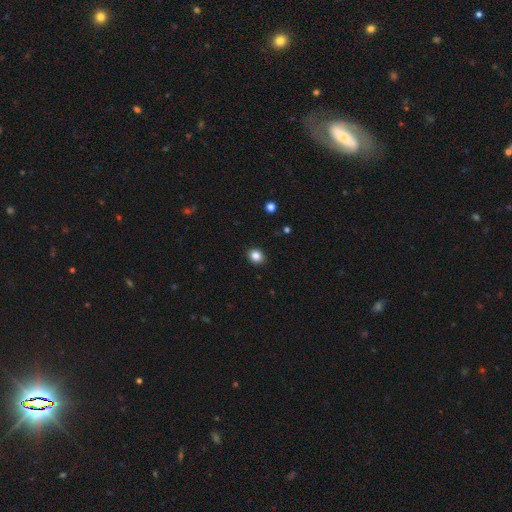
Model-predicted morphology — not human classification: This appears to be a smooth galaxy with no disk features (85%) that is round (61%). Merging: none (90%).